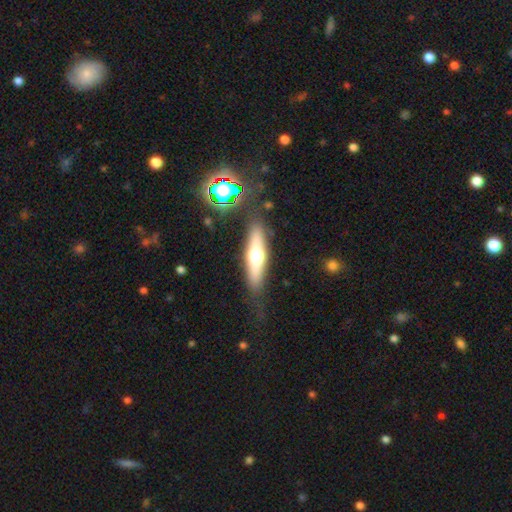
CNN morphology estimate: A featured or disk galaxy (49%).

Vote fractions:
- Smooth or featured? featured or disk: 49% / smooth: 44% / star or artifact: 8%
- Merging? none: 81% / minor disturbance: 12% / major disturbance: 4% / merger: 3%